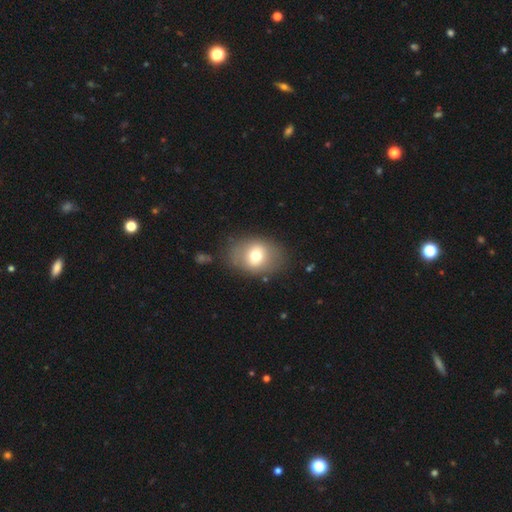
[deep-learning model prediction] The model was most divided on "how rounded": in between: 65%, round: 34%, cigar-shaped: 1%. More confident: merging — none (78%); smooth or featured — smooth (67%).